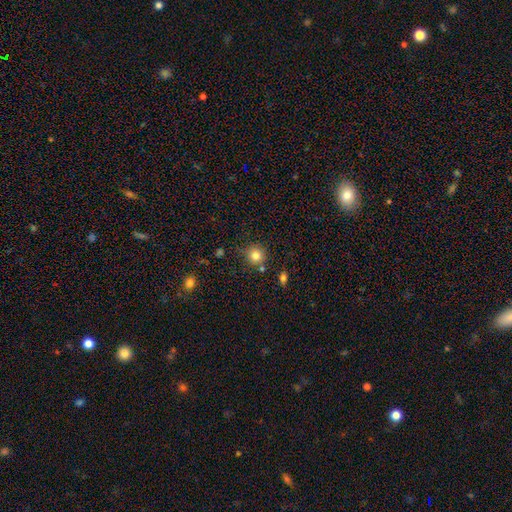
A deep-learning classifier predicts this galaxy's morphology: This is clearly a smooth galaxy (81%). How rounded: clearly round (92%). Merging: likely none (77%).